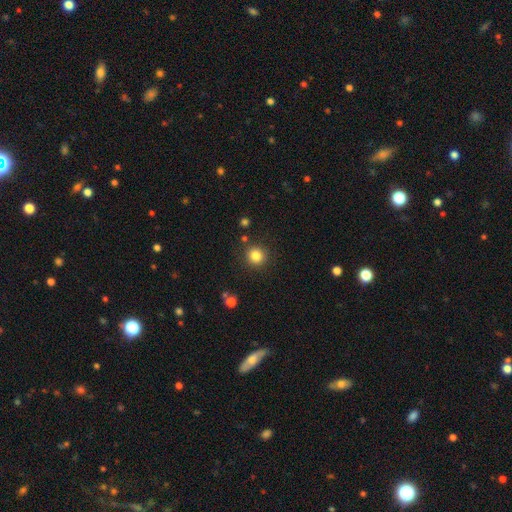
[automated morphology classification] Smooth or featured: smooth — 83% (star or artifact — 12%)
How rounded: round — 93% (in between — 6%)
Merging: none — 88% (minor disturbance — 7%)